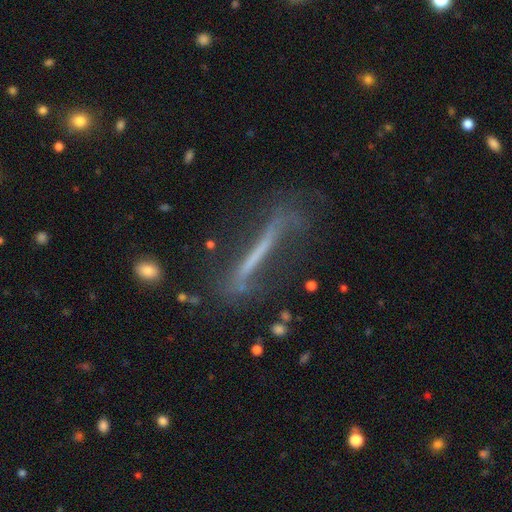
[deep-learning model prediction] smooth-or-featured: featured or disk: 60% | smooth: 30% | star or artifact: 10%
  disk-edge-on: yes: 75% | no: 25%
  merging: none: 60% | minor disturbance: 22% | major disturbance: 14% | merger: 4%